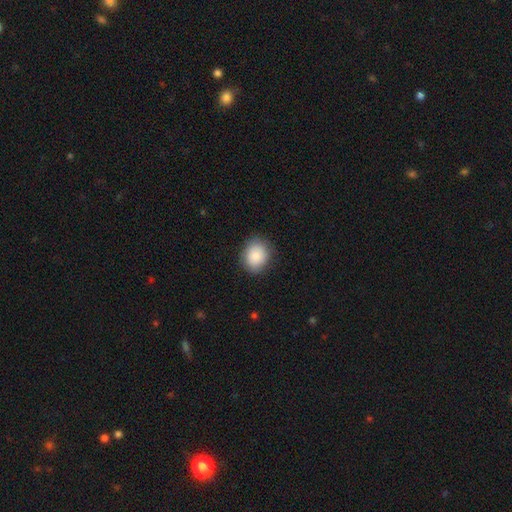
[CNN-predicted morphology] smooth-or-featured: smooth: 86% | star or artifact: 7% | featured or disk: 7%
  how-rounded: round: 63% | in between: 36% | cigar-shaped: 1%
  merging: none: 85% | minor disturbance: 11% | major disturbance: 3% | merger: 1%